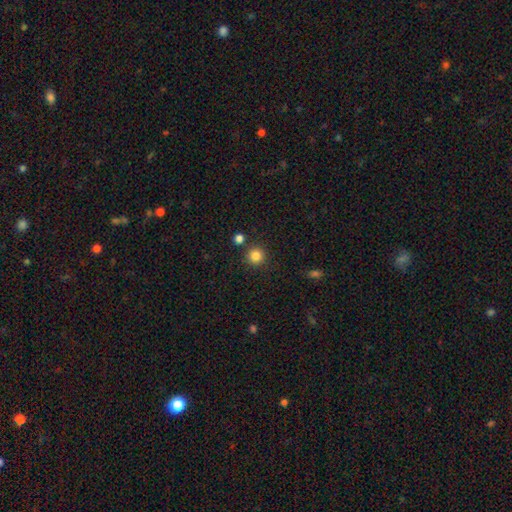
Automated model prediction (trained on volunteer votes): smooth 84%, star or artifact 12%, featured or disk 4%. Down the decision tree: how rounded — round (95%); merging — none (86%).